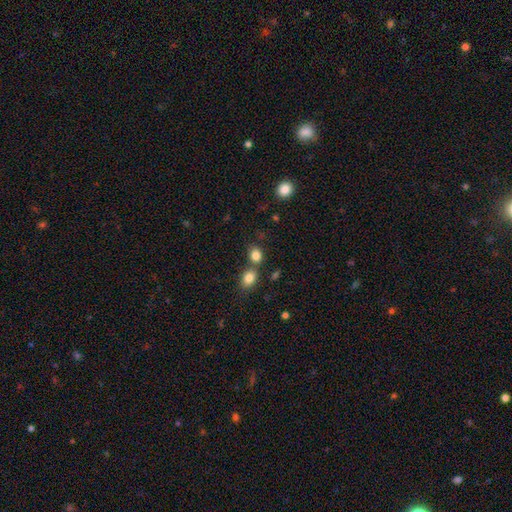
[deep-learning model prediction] Smooth or featured?
  - smooth: 84% *
  - star or artifact: 10%
  - featured or disk: 6%
How rounded?
  - round: 52% *
  - in between: 47%
  - cigar-shaped: 1%
Merging?
  - none: 58% *
  - merger: 29%
  - minor disturbance: 10%
  - major disturbance: 3%